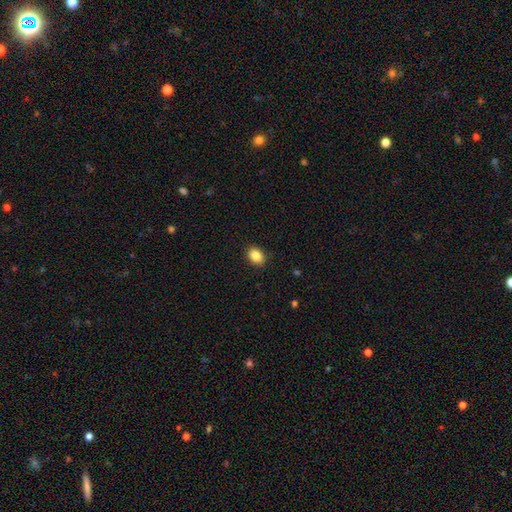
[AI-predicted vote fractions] smooth-or-featured: smooth: 87% | star or artifact: 9% | featured or disk: 5%
  how-rounded: in between: 75% | round: 24% | cigar-shaped: 1%
  merging: none: 90% | minor disturbance: 8% | major disturbance: 2% | merger: 1%